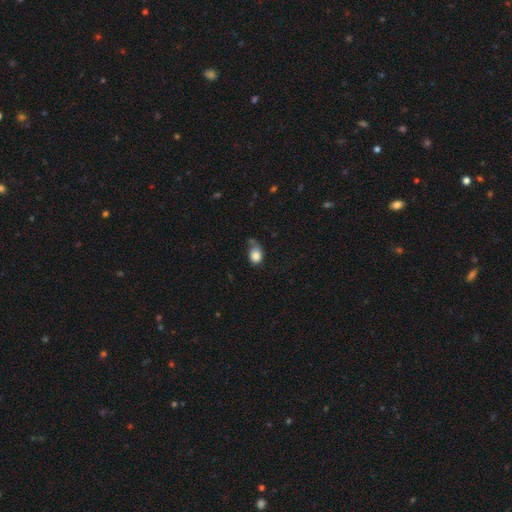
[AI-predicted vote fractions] Morphology: type=smooth (83%); roundness=in between (65%); merging=none (44%).